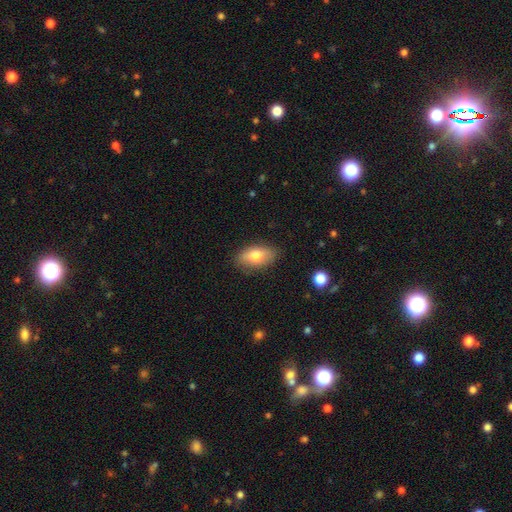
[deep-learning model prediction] Smooth or featured? Predicted: smooth (p=0.74). How rounded? Predicted: in between (p=0.89). Merging? Predicted: none (p=0.83).